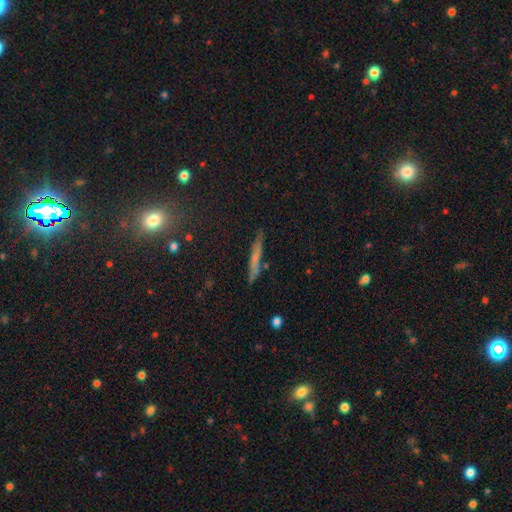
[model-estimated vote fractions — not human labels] smooth 53%, featured or disk 36%, star or artifact 11%. Down the decision tree: how rounded — cigar-shaped (93%); merging — none (84%).